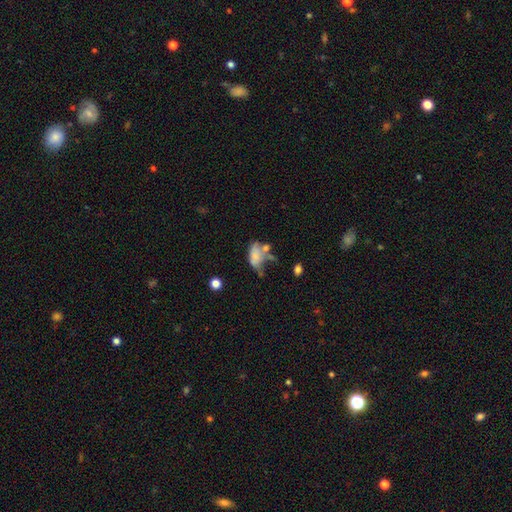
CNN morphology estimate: A smooth galaxy with no disk features (66%) that is in between round and cigar-shaped (89%).

Vote fractions:
- Smooth or featured? smooth: 66% / featured or disk: 24% / star or artifact: 10%
- How rounded? in between: 89% / round: 7% / cigar-shaped: 4%
- Merging? merger: 27% / major disturbance: 26% / none: 24% / minor disturbance: 23%